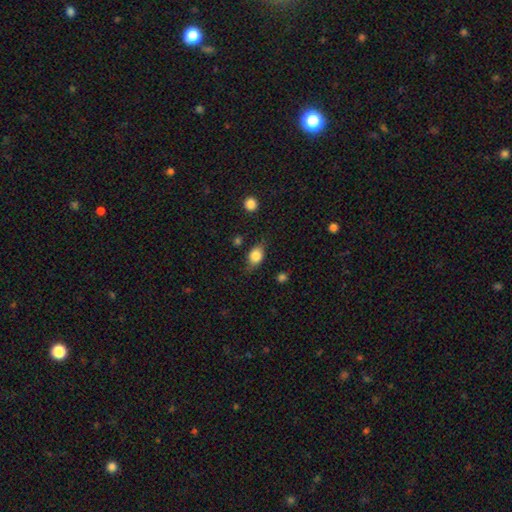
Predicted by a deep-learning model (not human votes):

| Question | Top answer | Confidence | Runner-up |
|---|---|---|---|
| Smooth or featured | smooth | 80% | featured or disk (12%) |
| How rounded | in between | 70% | round (27%) |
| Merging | none | 71% | minor disturbance (21%) |